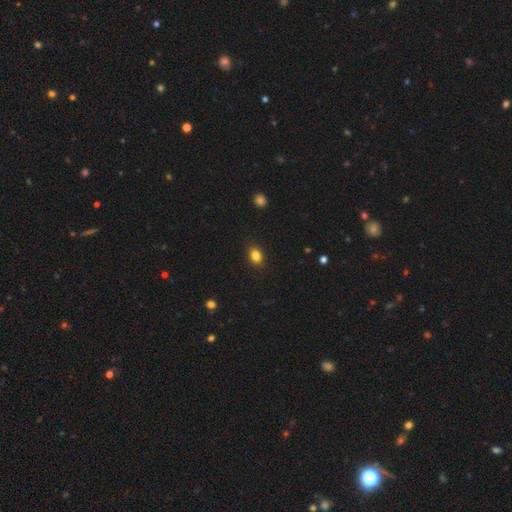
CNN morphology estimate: smooth_or_featured: smooth (p=0.84) [alt: star or artifact p=0.10]
how_rounded: in between (p=0.68) [alt: round p=0.31]
merging: none (p=0.88) [alt: minor disturbance p=0.08]